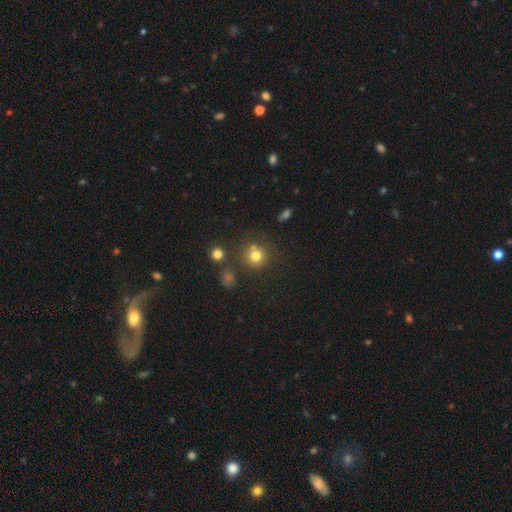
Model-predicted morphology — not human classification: Smooth or featured? Predicted: smooth (p=0.76). How rounded? Predicted: round (p=0.91). Merging? Predicted: none (p=0.71).